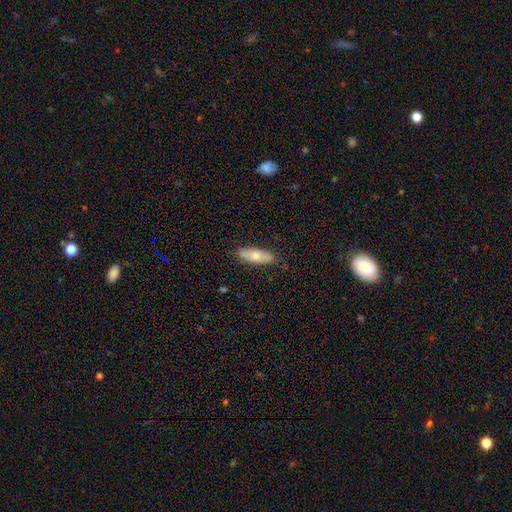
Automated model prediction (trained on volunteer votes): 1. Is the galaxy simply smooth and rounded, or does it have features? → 61% smooth, 33% featured or disk, 6% star or artifact.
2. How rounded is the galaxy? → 57% in between, 41% cigar-shaped, 3% round.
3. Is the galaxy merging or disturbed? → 85% none, 12% minor disturbance, 2% major disturbance, 1% merger.